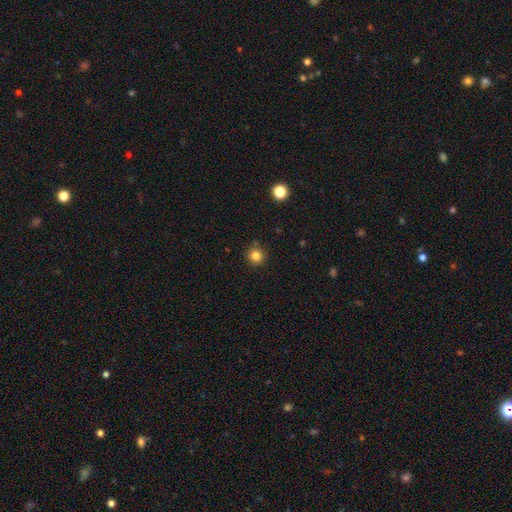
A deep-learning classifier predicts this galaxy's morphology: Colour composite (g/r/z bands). It shows a smooth galaxy with no disk features (82%) that is round (95%). Merging: none (88%).